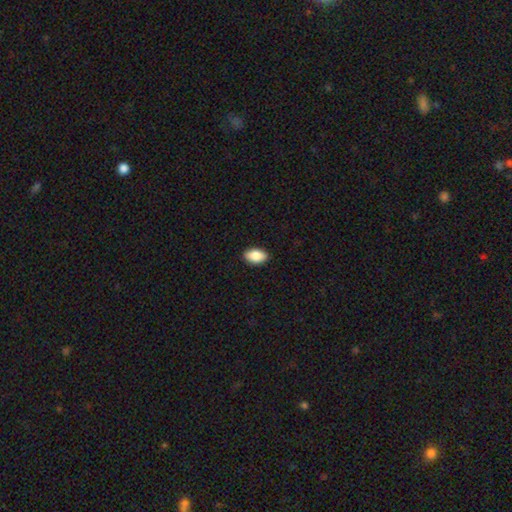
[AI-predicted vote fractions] Smooth or featured? smooth (88%)
How rounded? in between (93%)
Merging? none (90%)